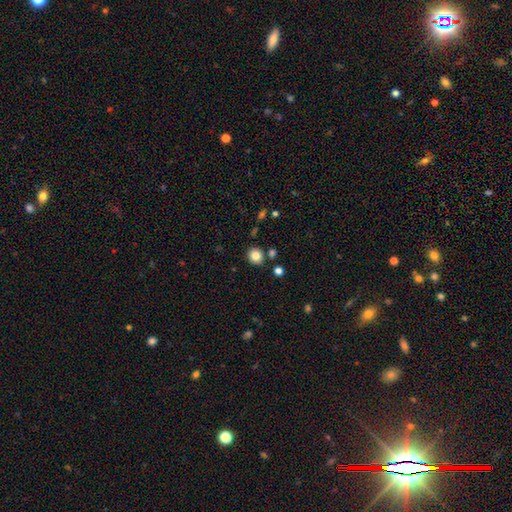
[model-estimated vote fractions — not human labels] This appears to be a smooth galaxy with no disk features (82%) that is round (80%). Merging: none (84%).